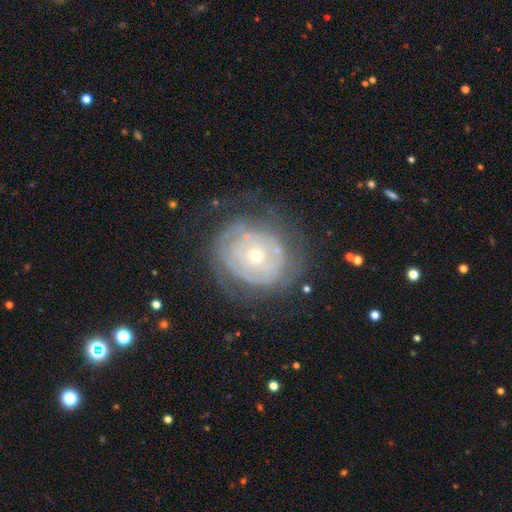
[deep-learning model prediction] Overall: featured or disk (71%). Edge-on disk: no (97%). Bar: no (88%). Spiral arms: yes (59%; no 41%). Bulge size: small (71%). Merging: none (60%; minor disturbance 21%).